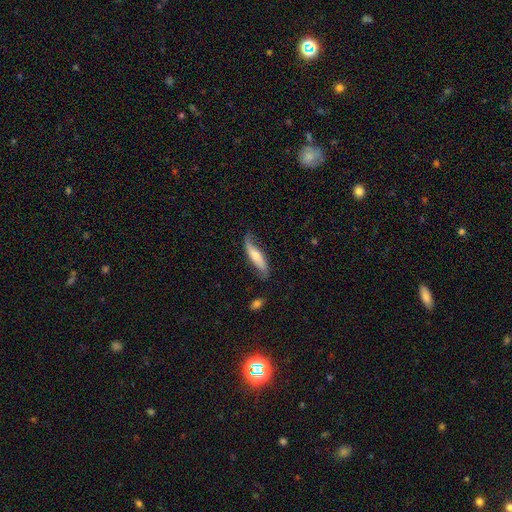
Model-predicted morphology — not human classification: Overall: featured or disk (48%; smooth 46%). Merging: none (61%; minor disturbance 28%).